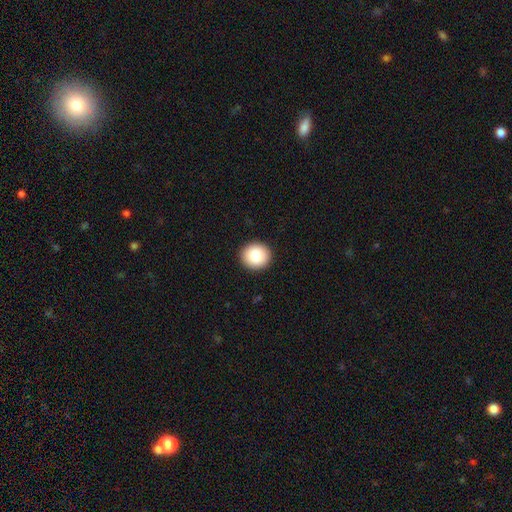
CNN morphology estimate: type=smooth (86%); roundness=round (86%); merging=none (92%).